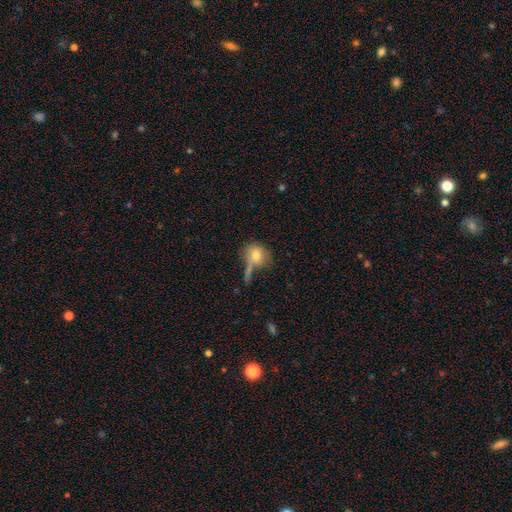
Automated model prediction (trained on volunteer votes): Q: Smooth or featured?
A: smooth (73%); runner-up: featured or disk (18%)
Q: How rounded?
A: round (62%); runner-up: in between (36%)
Q: Merging?
A: none (41%); runner-up: merger (22%)